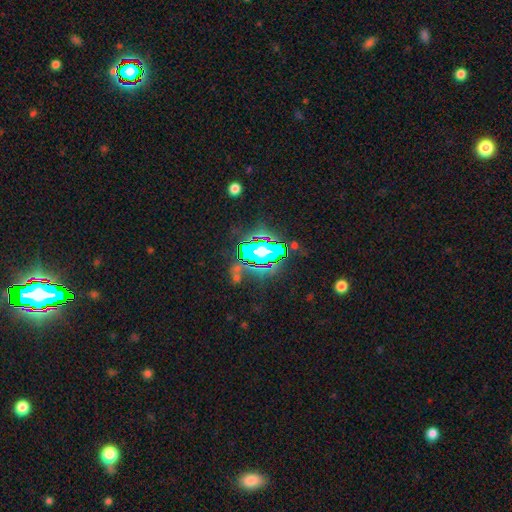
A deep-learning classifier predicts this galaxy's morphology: Smooth or featured? Predicted: star or artifact (p=0.82).